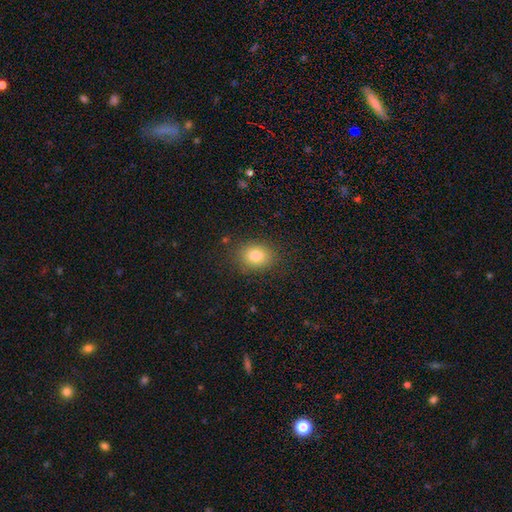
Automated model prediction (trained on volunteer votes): This is clearly a smooth galaxy (81%). How rounded: possibly round (51%). Merging: clearly none (85%).